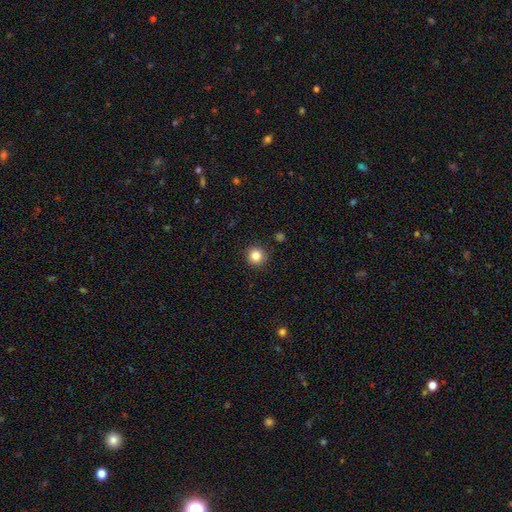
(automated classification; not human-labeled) Smooth or featured? smooth (84%)
How rounded? round (95%)
Merging? none (90%)